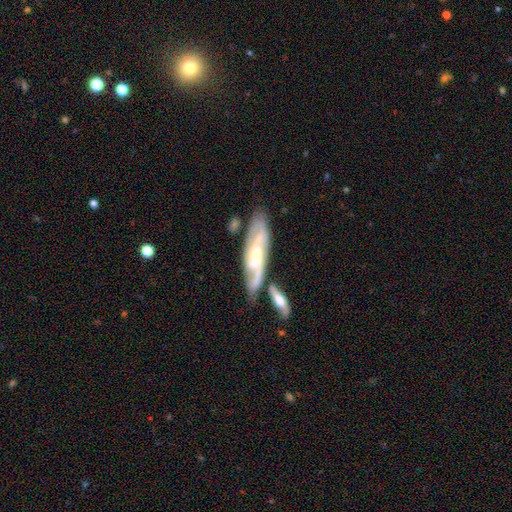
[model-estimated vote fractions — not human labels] This is likely a featured or disk galaxy (79%). It is clearly not viewed edge-on (83%). Bar: marginally weak (42%). Spiral arm pattern: clearly yes (95%). Spiral arm count: likely 2 (64%). Spiral winding: possibly medium (47%). Central bulge: marginally small (39%). Merging: possibly none (57%).